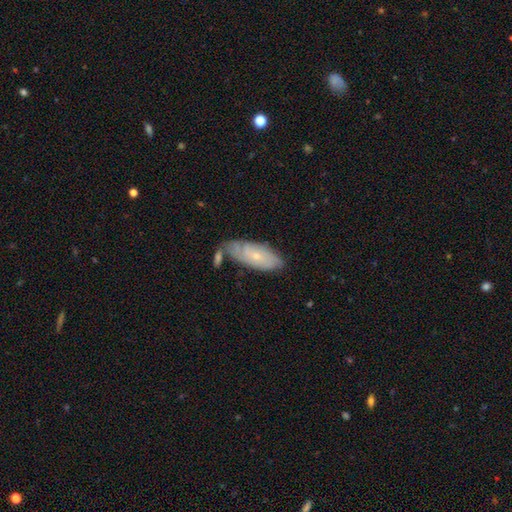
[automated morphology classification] Smooth or featured?
  - featured or disk: 54% *
  - smooth: 39%
  - star or artifact: 7%
Edge-on disk?
  - no: 87% *
  - yes: 13%
Merging?
  - none: 58% *
  - minor disturbance: 21%
  - merger: 15%
  - major disturbance: 6%